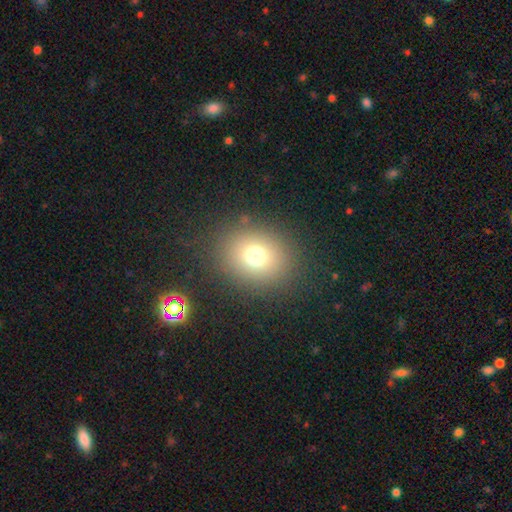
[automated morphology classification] smooth 72%, star or artifact 17%, featured or disk 11%. Down the decision tree: how rounded — round (64%); merging — none (85%).